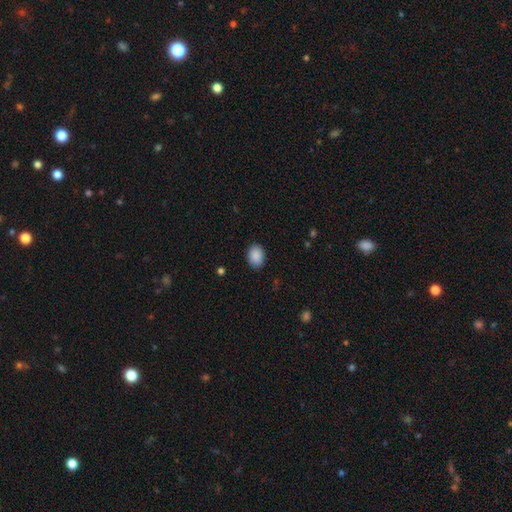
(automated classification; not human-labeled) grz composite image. It shows a smooth galaxy with no disk features (90%) that is in between round and cigar-shaped (72%). Merging: none (88%).